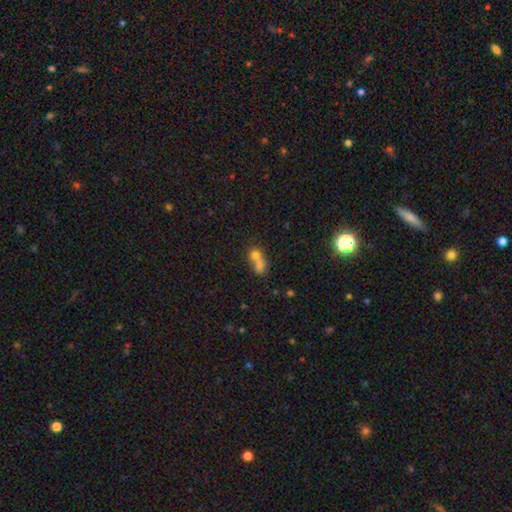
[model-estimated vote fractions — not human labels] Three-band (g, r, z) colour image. It shows a smooth galaxy with no disk features (71%) that is round (55%). Merging: merger (70%).